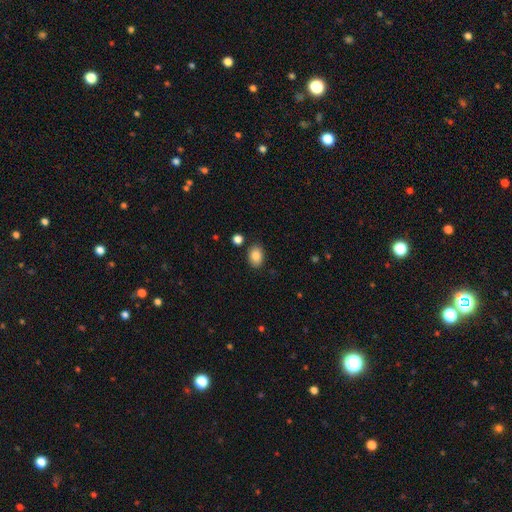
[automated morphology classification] smooth-or-featured: smooth: 86% | star or artifact: 8% | featured or disk: 6%
  how-rounded: in between: 77% | round: 22% | cigar-shaped: 1%
  merging: none: 85% | minor disturbance: 10% | merger: 3% | major disturbance: 2%